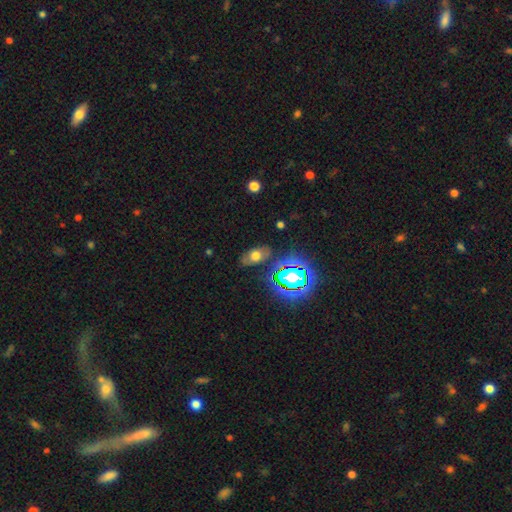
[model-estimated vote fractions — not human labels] Smooth or featured? smooth (51%)
How rounded? in between (84%)
Merging? none (76%)